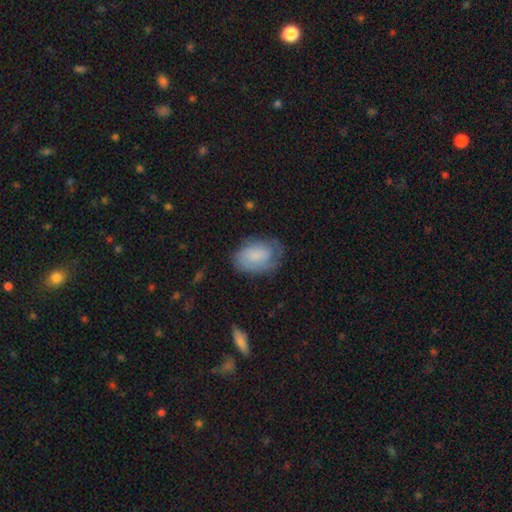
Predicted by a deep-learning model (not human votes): Smooth or featured? smooth (64%)
How rounded? in between (87%)
Merging? none (58%)